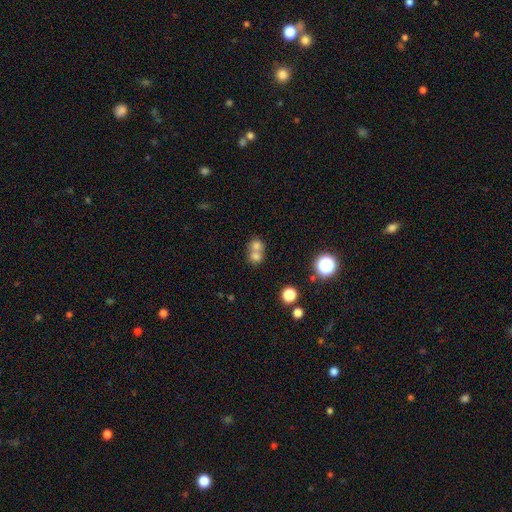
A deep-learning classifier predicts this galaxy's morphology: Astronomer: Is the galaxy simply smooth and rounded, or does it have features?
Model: smooth — 71%.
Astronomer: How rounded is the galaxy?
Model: round — 75%.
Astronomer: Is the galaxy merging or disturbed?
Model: merger — 63%.